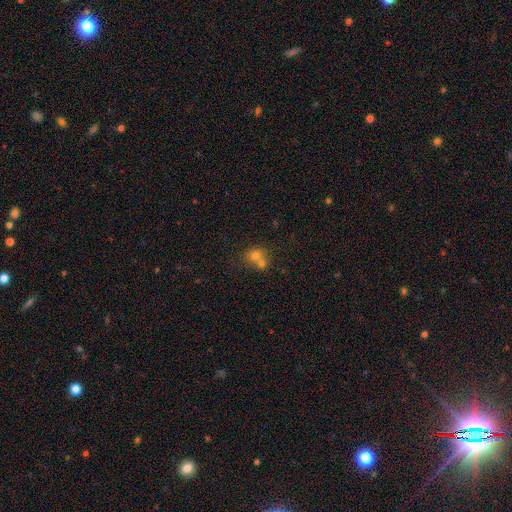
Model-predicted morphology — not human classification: type=smooth (69%); roundness=round (76%); merging=merger (55%).